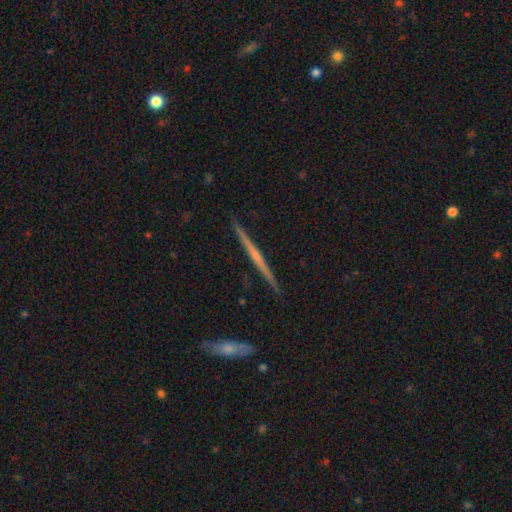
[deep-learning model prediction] This is likely a featured or disk galaxy (73%). It is clearly viewed edge-on (98%). Edge-on bulge: possibly none (47%). Merging: clearly none (92%).